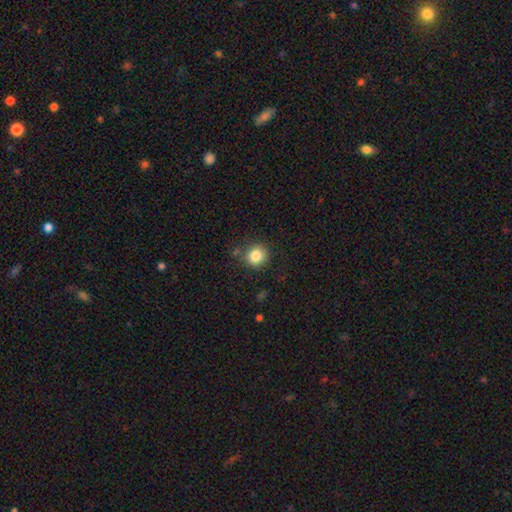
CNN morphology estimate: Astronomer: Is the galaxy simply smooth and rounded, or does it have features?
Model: smooth — 84%.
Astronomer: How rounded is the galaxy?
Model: round — 89%.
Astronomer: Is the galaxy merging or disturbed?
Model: none — 82%.